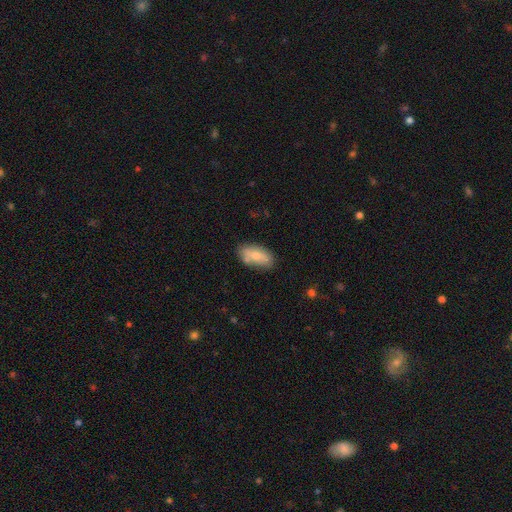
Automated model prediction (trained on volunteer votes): Q: Smooth or featured?
A: smooth (73%); runner-up: featured or disk (21%)
Q: How rounded?
A: in between (89%); runner-up: cigar-shaped (8%)
Q: Merging?
A: none (70%); runner-up: minor disturbance (18%)